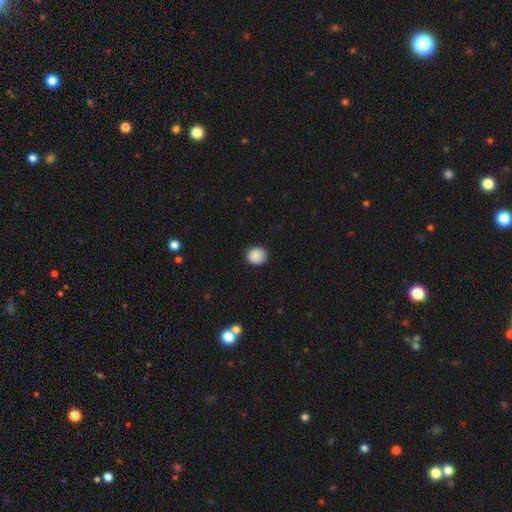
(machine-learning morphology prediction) Smooth or featured? Predicted: smooth (p=0.89). How rounded? Predicted: round (p=0.87). Merging? Predicted: none (p=0.89).